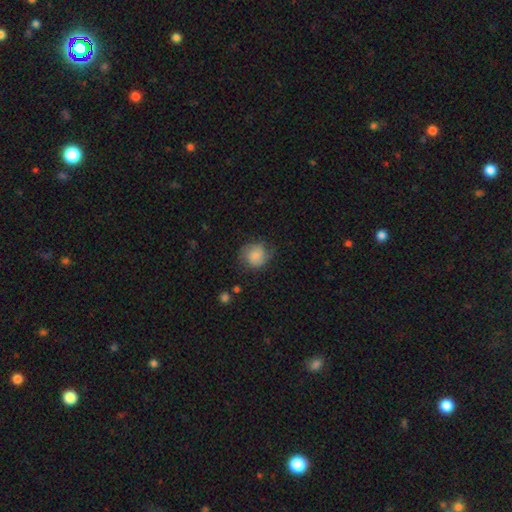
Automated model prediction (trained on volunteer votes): Morphology: type=smooth (65%); roundness=round (79%); merging=none (65%).